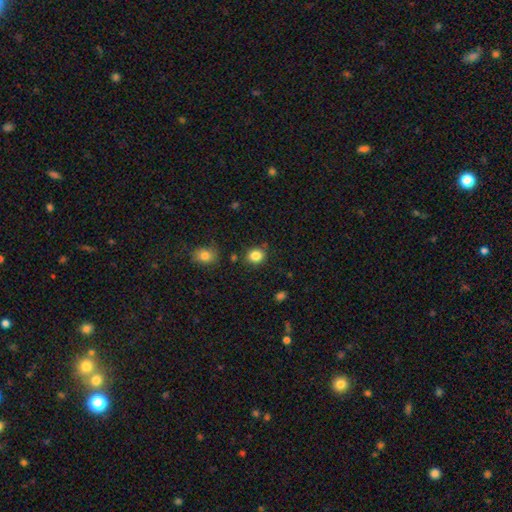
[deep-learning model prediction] smooth_or_featured: smooth (p=0.85) [alt: star or artifact p=0.10]
how_rounded: round (p=0.70) [alt: in between p=0.29]
merging: none (p=0.82) [alt: minor disturbance p=0.11]